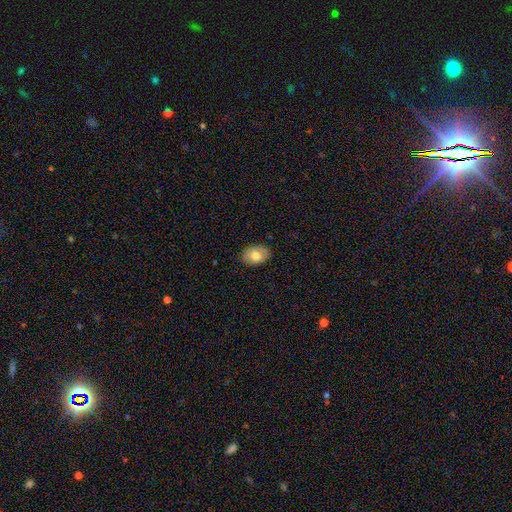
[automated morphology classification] Overall: smooth (73%). How rounded: in between (77%). Merging: none (86%).